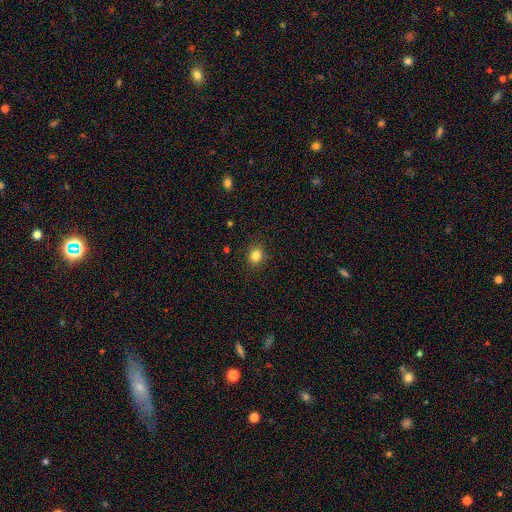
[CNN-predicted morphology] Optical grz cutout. It shows a smooth galaxy with no disk features (83%) that is round (77%). Merging: none (88%).